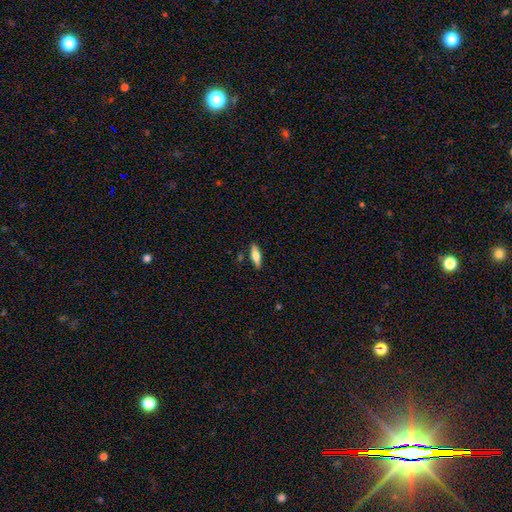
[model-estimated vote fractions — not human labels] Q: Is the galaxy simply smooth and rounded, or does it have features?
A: smooth — 69%.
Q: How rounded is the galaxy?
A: in between — 55%.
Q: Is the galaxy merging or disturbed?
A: none — 86%.